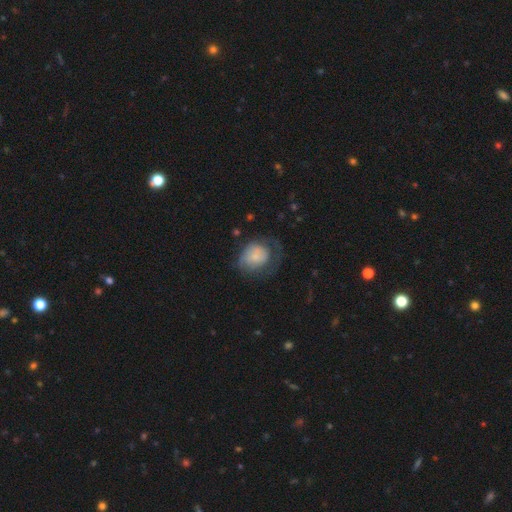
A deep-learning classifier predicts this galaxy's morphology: Smooth or featured? smooth (58%)
How rounded? round (57%)
Merging? major disturbance (36%, tied with none)